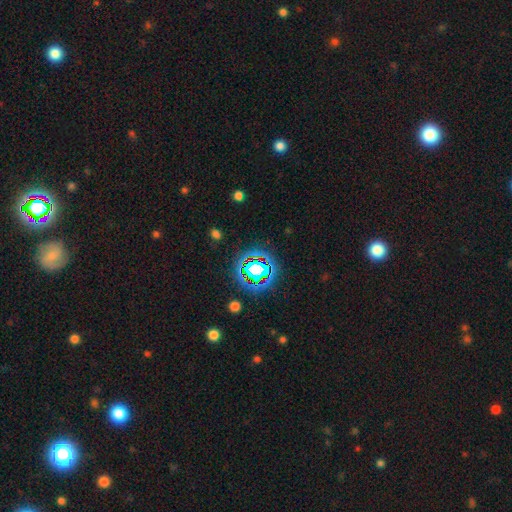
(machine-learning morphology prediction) star or artifact 74%, smooth 15%, featured or disk 11%.